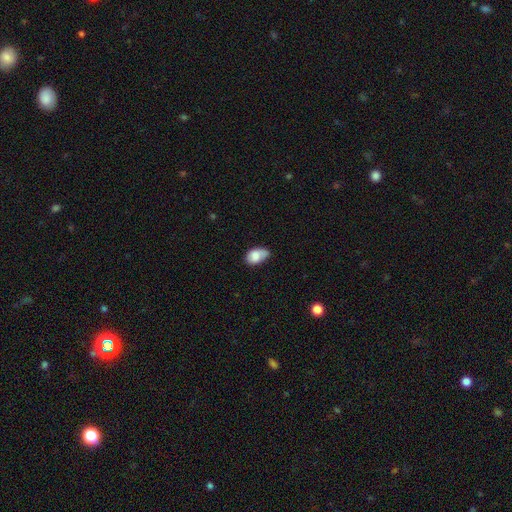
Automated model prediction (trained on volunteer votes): Smooth or featured? smooth (80%)
How rounded? in between (89%)
Merging? none (47%)